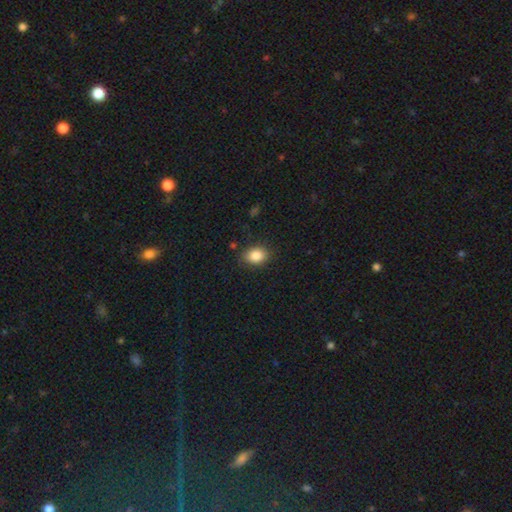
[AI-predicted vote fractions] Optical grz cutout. It shows a smooth galaxy with no disk features (86%) that is in between round and cigar-shaped (73%). Merging: none (84%).